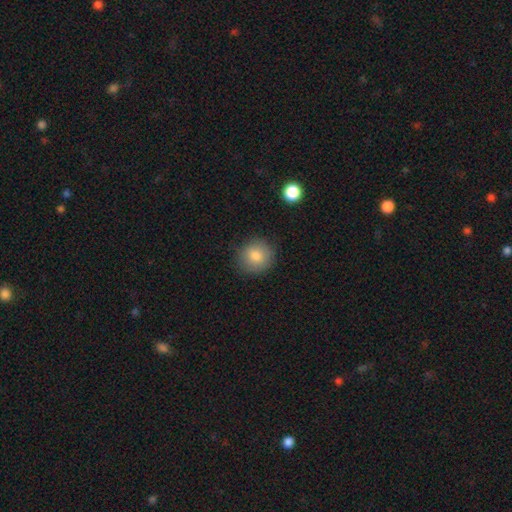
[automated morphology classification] The model was most divided on "smooth or featured": smooth: 83%, star or artifact: 9%, featured or disk: 8%. More confident: how rounded — round (90%); merging — none (85%).